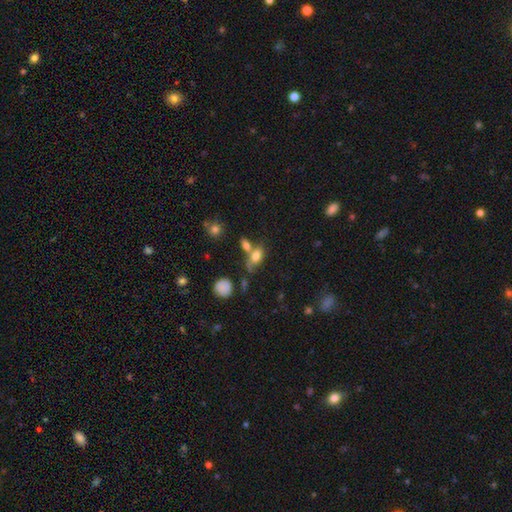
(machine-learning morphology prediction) This appears to be a smooth galaxy with no disk features (74%) that is in between round and cigar-shaped (81%). Merging: merger (41%).